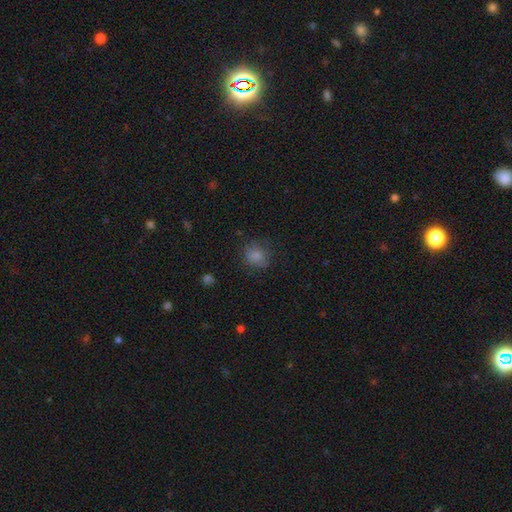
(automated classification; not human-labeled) This is clearly a smooth galaxy (81%). How rounded: likely round (75%). Merging: likely none (73%).